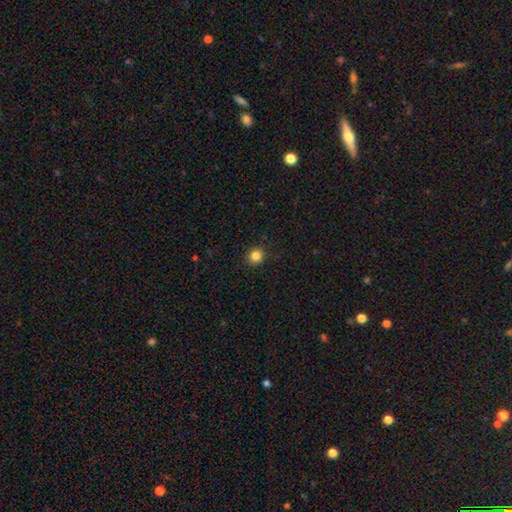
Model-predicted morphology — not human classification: Smooth or featured: smooth — 84% (star or artifact — 12%)
How rounded: round — 91% (in between — 8%)
Merging: none — 90% (minor disturbance — 7%)